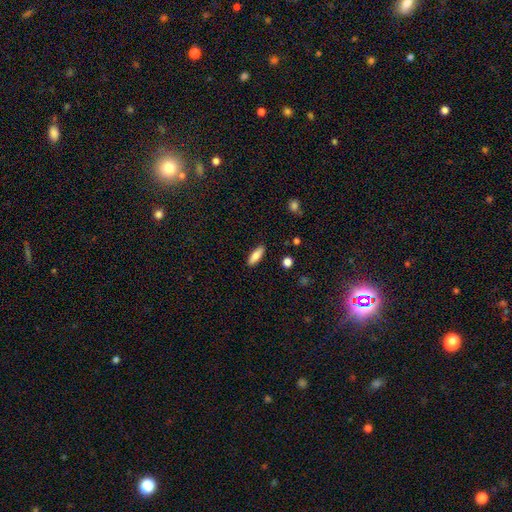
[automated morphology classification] Overall: smooth (82%). How rounded: in between (49%, tied with cigar-shaped). Merging: none (89%).